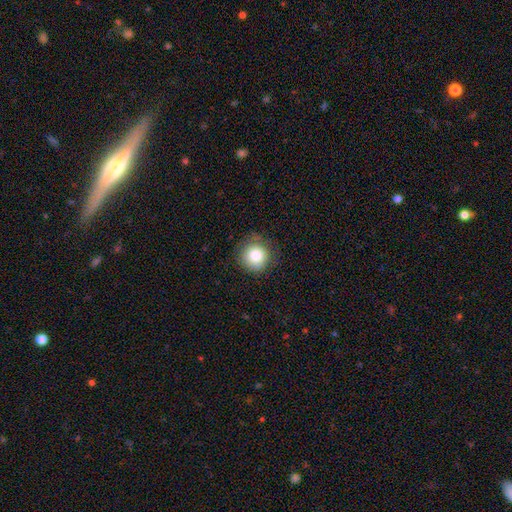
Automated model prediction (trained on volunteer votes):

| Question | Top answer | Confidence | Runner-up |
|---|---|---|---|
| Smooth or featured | smooth | 84% | star or artifact (10%) |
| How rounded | round | 93% | in between (6%) |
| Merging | none | 80% | minor disturbance (15%) |